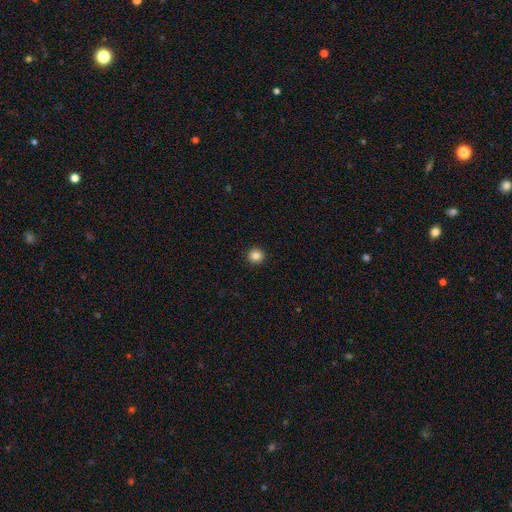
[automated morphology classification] This appears to be a smooth galaxy with no disk features (85%) that is round (94%). Merging: none (93%).